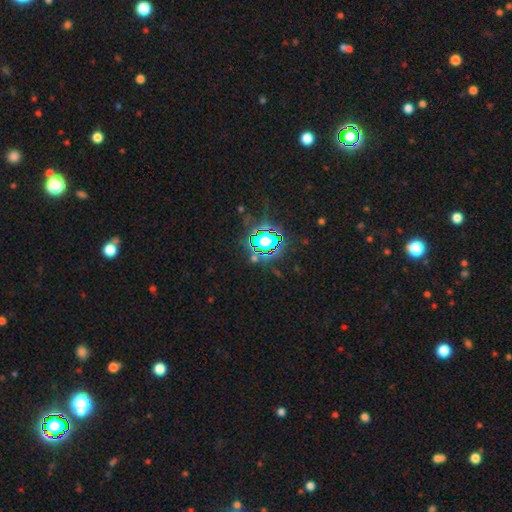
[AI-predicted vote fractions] Overall: star or artifact (77%).